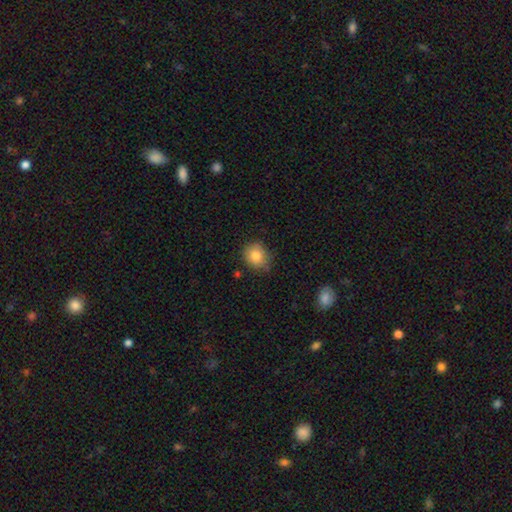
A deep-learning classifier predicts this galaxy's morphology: A smooth galaxy with no disk features (84%) that is round (75%). Merging: none (74%).